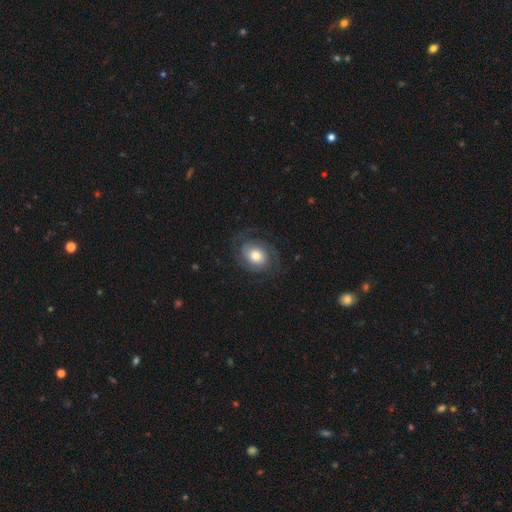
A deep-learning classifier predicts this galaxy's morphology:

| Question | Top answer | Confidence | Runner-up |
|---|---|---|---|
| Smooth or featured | featured or disk | 60% | smooth (33%) |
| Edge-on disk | no | 97% | yes (3%) |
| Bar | no | 79% | weak (17%) |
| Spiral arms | yes | 85% | no (15%) |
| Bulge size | moderate | 60% | large (25%) |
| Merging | none | 71% | minor disturbance (16%) |